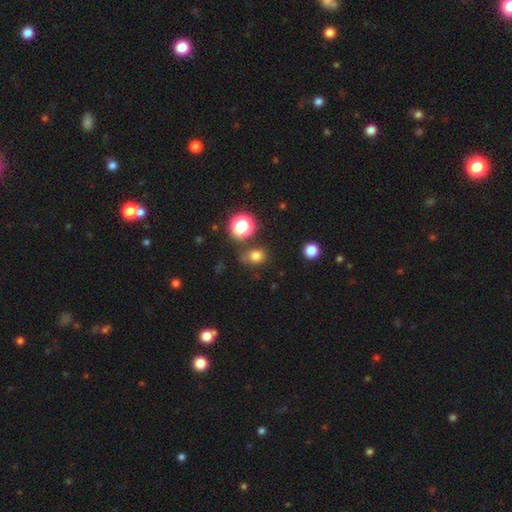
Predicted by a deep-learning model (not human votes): smooth-or-featured: smooth: 76% | star or artifact: 18% | featured or disk: 6%
  how-rounded: round: 65% | in between: 34% | cigar-shaped: 1%
  merging: none: 70% | minor disturbance: 17% | merger: 8% | major disturbance: 6%